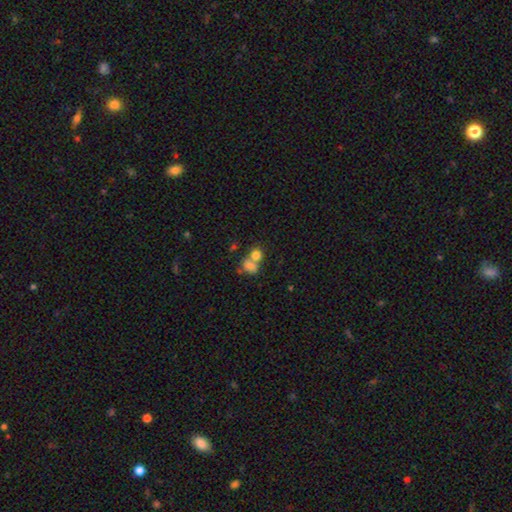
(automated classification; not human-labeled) Q: Smooth or featured?
A: smooth (76%); runner-up: featured or disk (13%)
Q: How rounded?
A: round (56%); runner-up: in between (42%)
Q: Merging?
A: merger (58%); runner-up: none (30%)